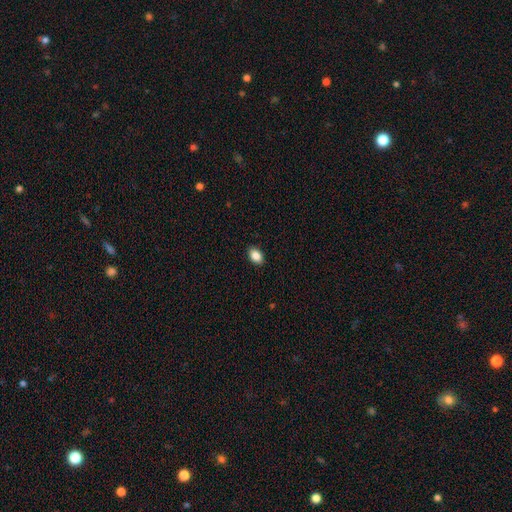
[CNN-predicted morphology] A smooth galaxy with no disk features (87%) that is in between round and cigar-shaped (84%).

Vote fractions:
- Smooth or featured? smooth: 87% / star or artifact: 8% / featured or disk: 5%
- How rounded? in between: 84% / round: 15% / cigar-shaped: 1%
- Merging? none: 90% / minor disturbance: 8% / major disturbance: 2% / merger: 1%